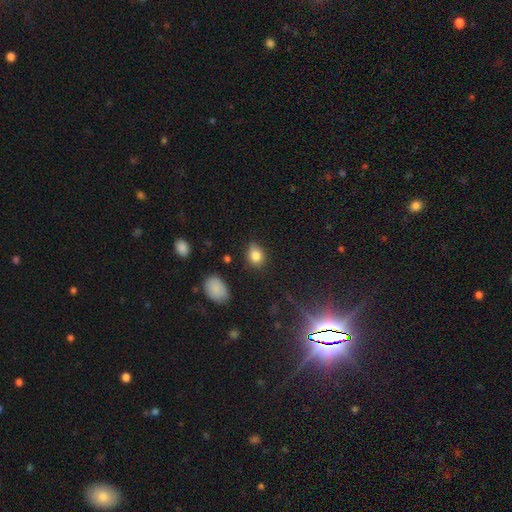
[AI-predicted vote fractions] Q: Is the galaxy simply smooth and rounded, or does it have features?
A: smooth — 83%.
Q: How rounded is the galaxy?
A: in between — 59%.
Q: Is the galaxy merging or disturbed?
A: none — 76%.